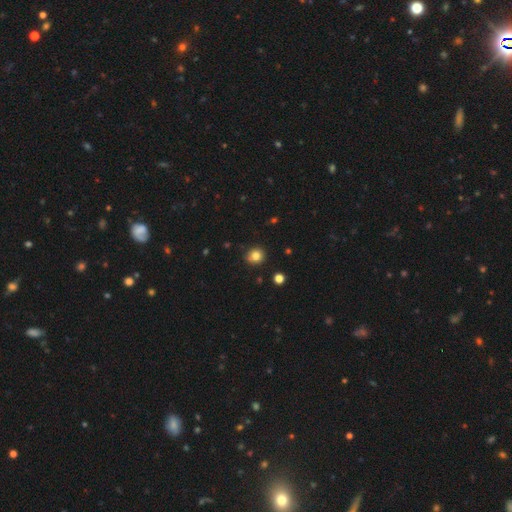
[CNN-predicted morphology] Smooth or featured: smooth — 82% (star or artifact — 12%)
How rounded: round — 87% (in between — 12%)
Merging: none — 86% (minor disturbance — 10%)